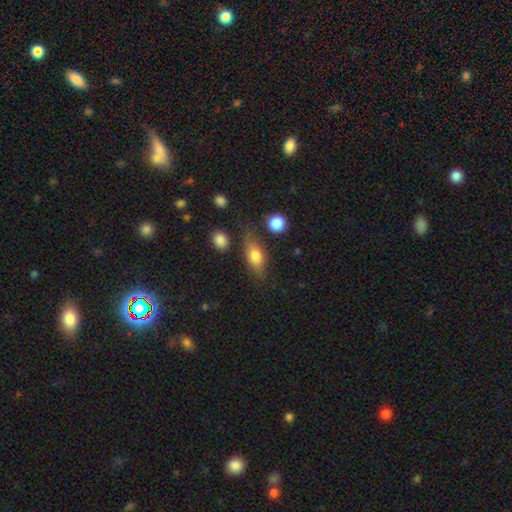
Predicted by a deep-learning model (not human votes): The model was most divided on "merging": none: 62%, minor disturbance: 23%, major disturbance: 9%, merger: 7%. More confident: how rounded — in between (80%); smooth or featured — smooth (74%).